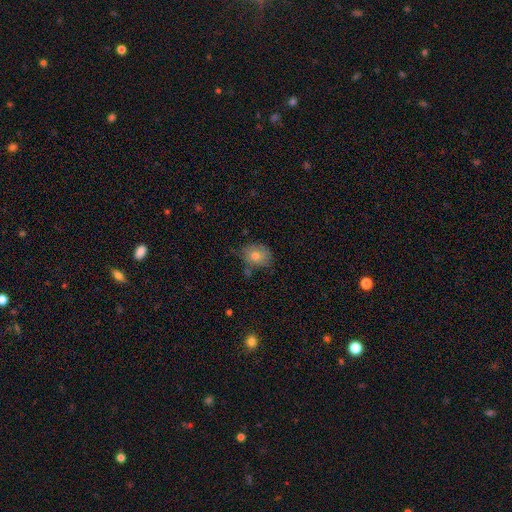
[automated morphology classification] Smooth or featured? Predicted: smooth (p=0.72). How rounded? Predicted: round (p=0.51). Merging? Predicted: none (p=0.63).